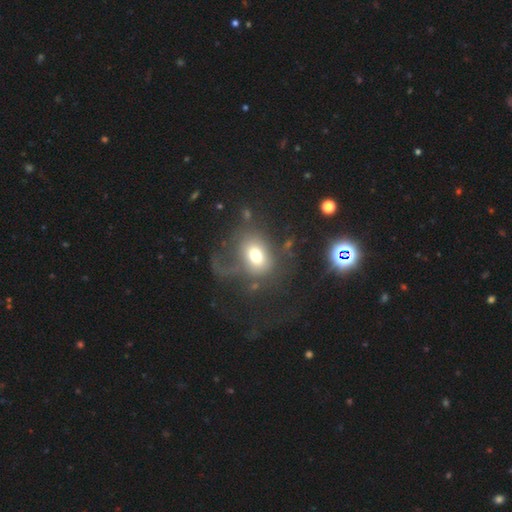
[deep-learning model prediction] Morphology: type=smooth (64%); roundness=in between (50%); merging=major disturbance (40%).